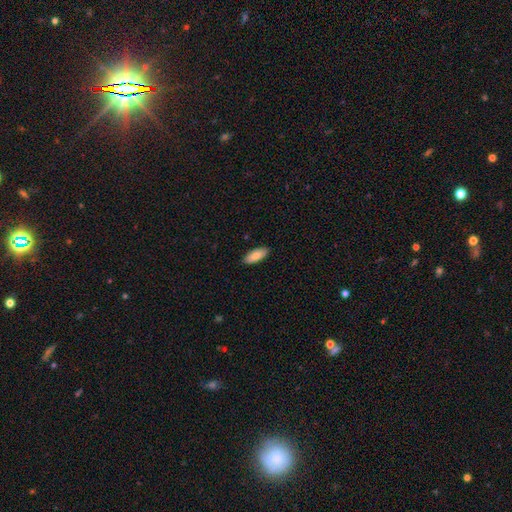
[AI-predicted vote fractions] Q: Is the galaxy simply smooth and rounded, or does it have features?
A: smooth — 84%.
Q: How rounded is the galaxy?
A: in between — 79%.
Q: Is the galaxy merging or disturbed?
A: none — 89%.